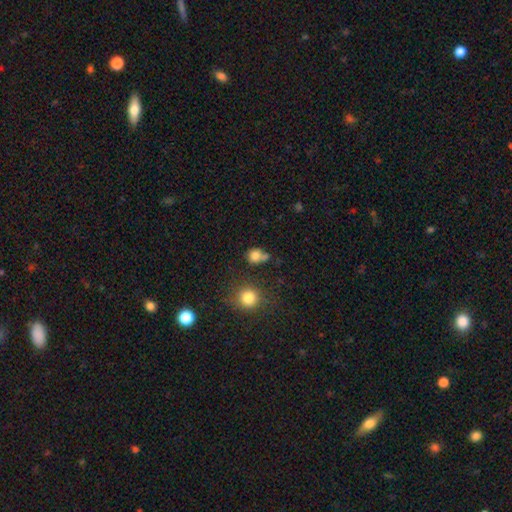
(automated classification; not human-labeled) Q: Smooth or featured?
A: smooth (79%); runner-up: star or artifact (14%)
Q: How rounded?
A: round (74%); runner-up: in between (25%)
Q: Merging?
A: none (52%); runner-up: merger (24%)